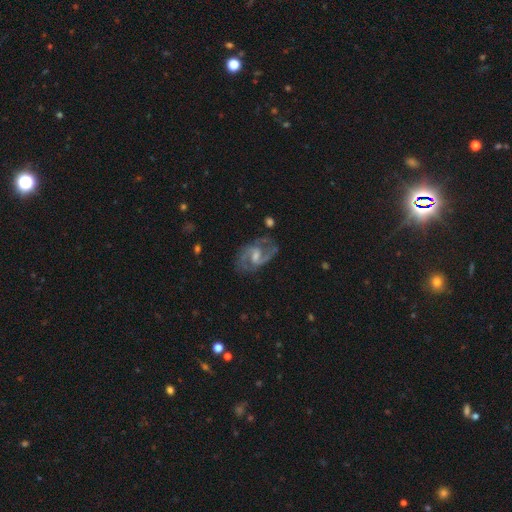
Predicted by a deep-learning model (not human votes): A featured or disk galaxy (88%) with a weak bar (58%), 2 (89%) medium (58%) spiral arms (96%) and a small central bulge (42%). Merging: none (72%).